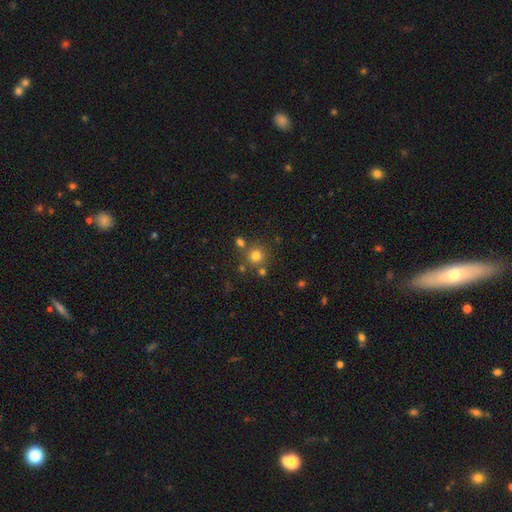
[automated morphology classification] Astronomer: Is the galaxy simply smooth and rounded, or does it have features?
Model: smooth — 75%.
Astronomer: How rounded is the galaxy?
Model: round — 93%.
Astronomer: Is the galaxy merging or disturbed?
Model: none — 76%.